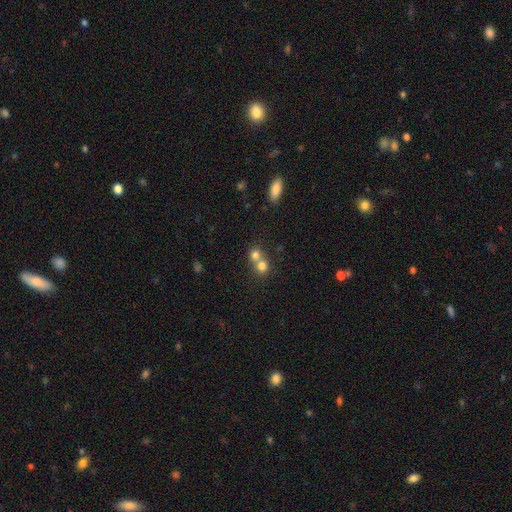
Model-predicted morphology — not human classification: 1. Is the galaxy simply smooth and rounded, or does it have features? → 76% smooth, 12% star or artifact, 12% featured or disk.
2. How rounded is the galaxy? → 81% round, 18% in between, 1% cigar-shaped.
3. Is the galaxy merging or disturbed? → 59% merger, 35% none, 5% minor disturbance, 2% major disturbance.